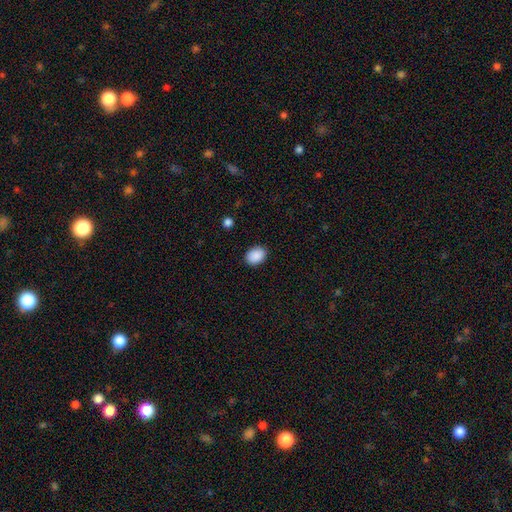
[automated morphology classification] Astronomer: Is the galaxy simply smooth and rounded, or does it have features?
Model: smooth — 90%.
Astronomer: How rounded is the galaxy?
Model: in between — 73%.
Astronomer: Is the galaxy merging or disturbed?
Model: none — 88%.